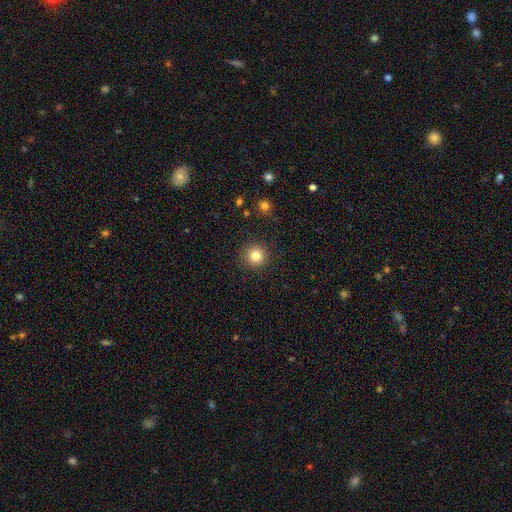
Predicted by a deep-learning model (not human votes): Smooth or featured? Predicted: smooth (p=0.82). How rounded? Predicted: round (p=0.94). Merging? Predicted: none (p=0.91).